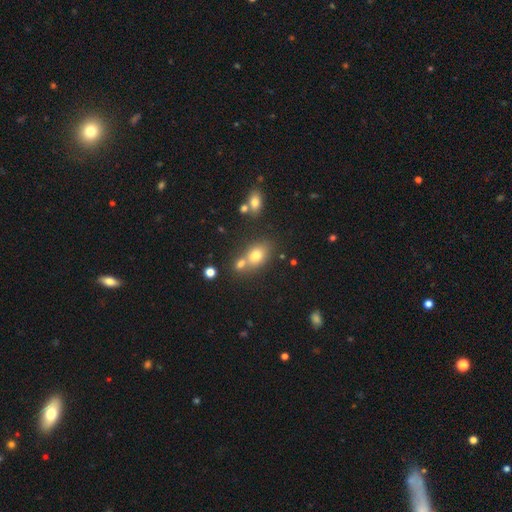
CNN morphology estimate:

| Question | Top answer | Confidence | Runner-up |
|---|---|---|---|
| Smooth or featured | smooth | 74% | featured or disk (13%) |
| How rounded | in between | 64% | round (34%) |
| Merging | none | 50% | merger (34%) |